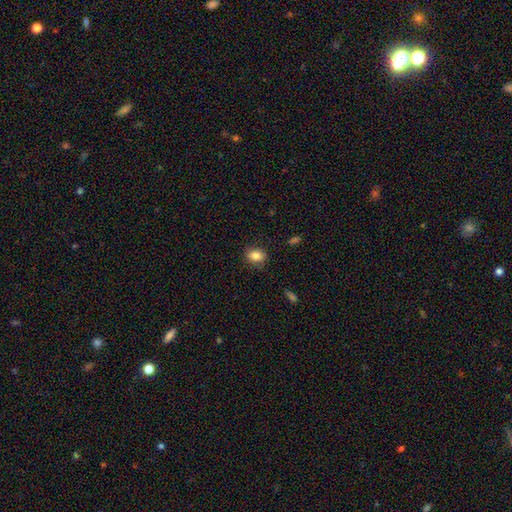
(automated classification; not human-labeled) Morphology: type=smooth (83%); roundness=in between (63%); merging=none (85%).